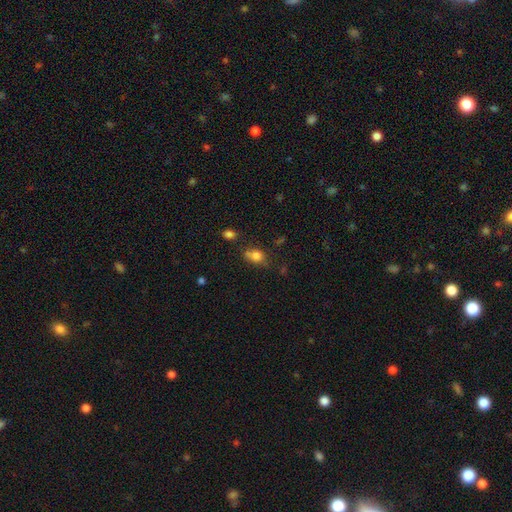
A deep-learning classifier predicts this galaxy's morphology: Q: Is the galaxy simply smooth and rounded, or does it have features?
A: smooth — 79%.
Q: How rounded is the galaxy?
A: in between — 65%.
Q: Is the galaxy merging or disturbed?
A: none — 49%.